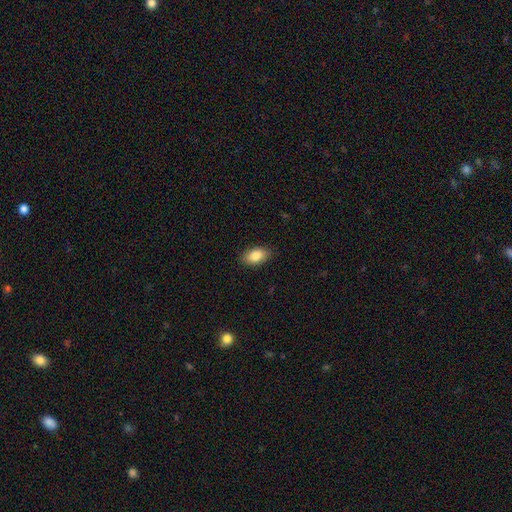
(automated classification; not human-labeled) smooth 85%, featured or disk 8%, star or artifact 7%. Down the decision tree: how rounded — in between (92%); merging — none (87%).